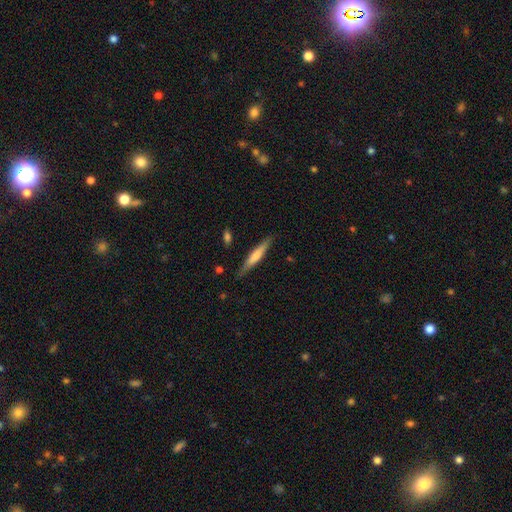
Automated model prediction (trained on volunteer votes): smooth-or-featured: smooth: 57% | featured or disk: 38% | star or artifact: 6%
  how-rounded: cigar-shaped: 91% | in between: 8% | round: 1%
  merging: none: 84% | minor disturbance: 12% | major disturbance: 2% | merger: 2%